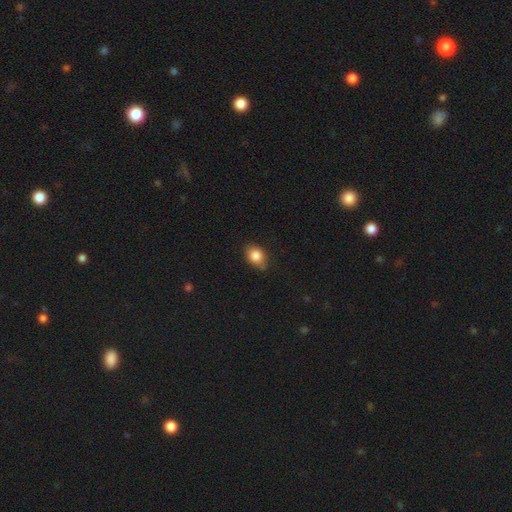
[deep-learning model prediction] The model was most divided on "how rounded": in between: 68%, round: 31%, cigar-shaped: 2%. More confident: smooth or featured — smooth (84%); merging — none (74%).